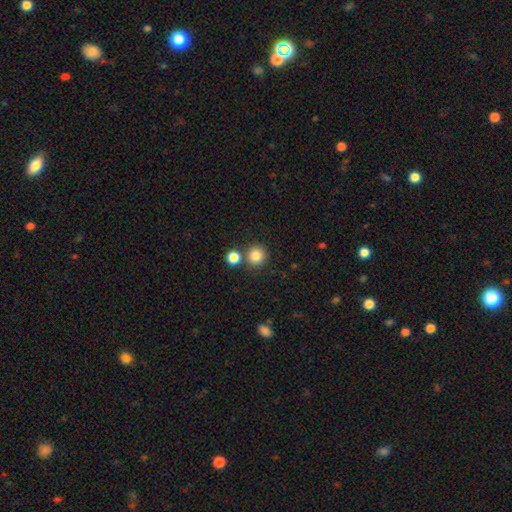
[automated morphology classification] A smooth galaxy with no disk features (83%) that is round (93%). Merging: none (77%).